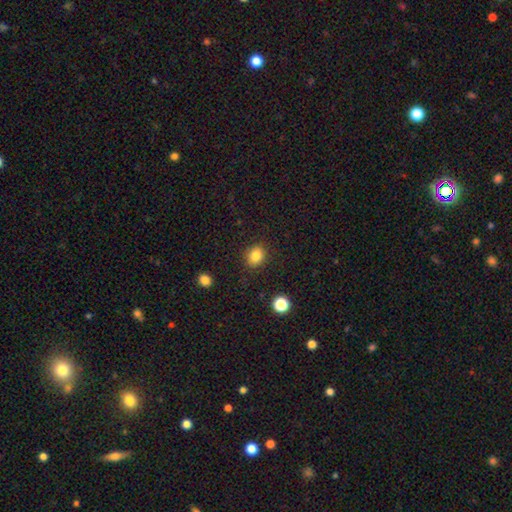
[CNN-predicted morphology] smooth_or_featured: smooth (p=0.84) [alt: star or artifact p=0.11]
how_rounded: round (p=0.59) [alt: in between p=0.40]
merging: none (p=0.87) [alt: minor disturbance p=0.09]